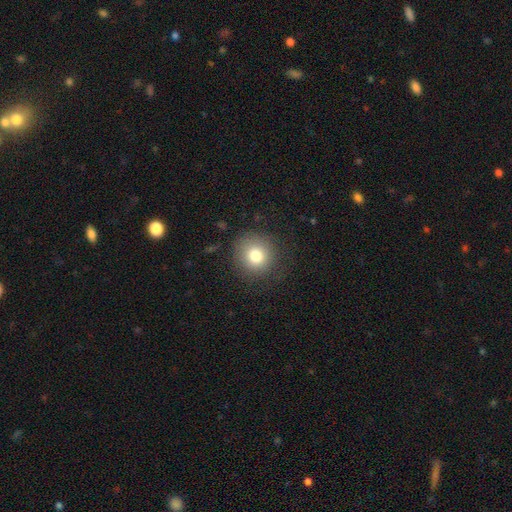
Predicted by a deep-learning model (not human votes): Morphology: type=smooth (79%); roundness=round (91%); merging=none (85%).